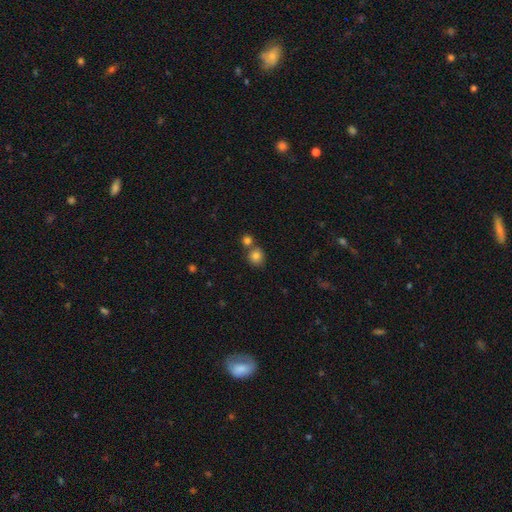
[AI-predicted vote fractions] Morphology: type=smooth (82%); roundness=round (84%); merging=none (61%).